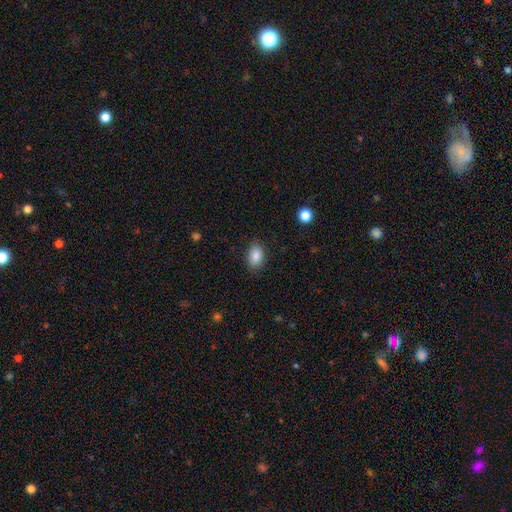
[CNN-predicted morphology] A smooth galaxy with no disk features (87%) that is in between round and cigar-shaped (86%). Merging: none (86%).